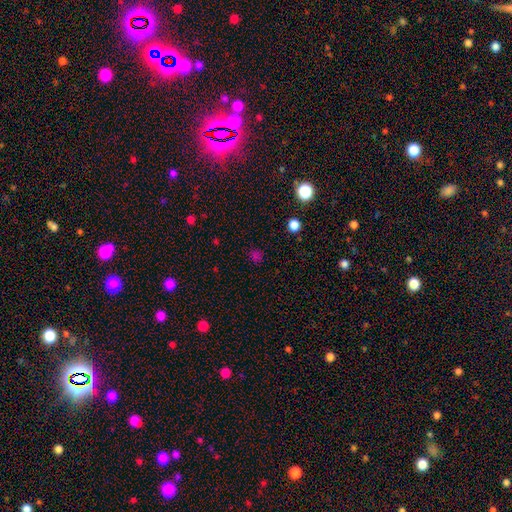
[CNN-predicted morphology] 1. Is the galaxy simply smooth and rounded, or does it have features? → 61% smooth, 34% star or artifact, 5% featured or disk.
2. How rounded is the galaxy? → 84% round, 15% in between, 1% cigar-shaped.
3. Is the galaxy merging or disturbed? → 84% none, 10% minor disturbance, 4% major disturbance, 3% merger.